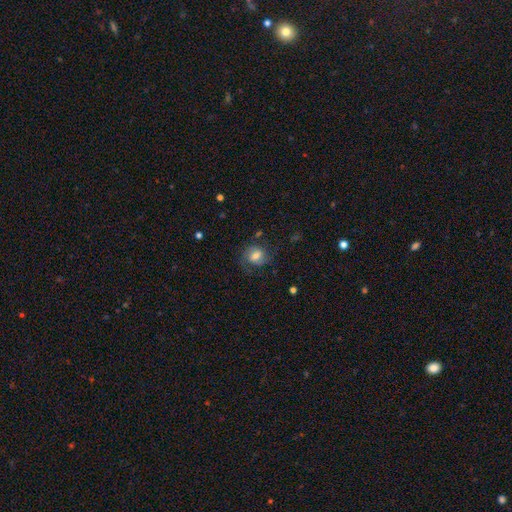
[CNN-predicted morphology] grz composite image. It shows a smooth galaxy with no disk features (53%) that is round (58%). Merging: none (63%).